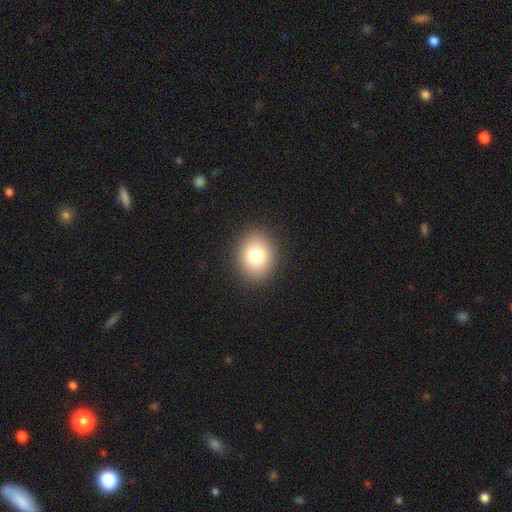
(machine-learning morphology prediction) Smooth or featured: smooth — 77% (star or artifact — 12%)
How rounded: round — 62% (in between — 37%)
Merging: none — 90% (minor disturbance — 6%)